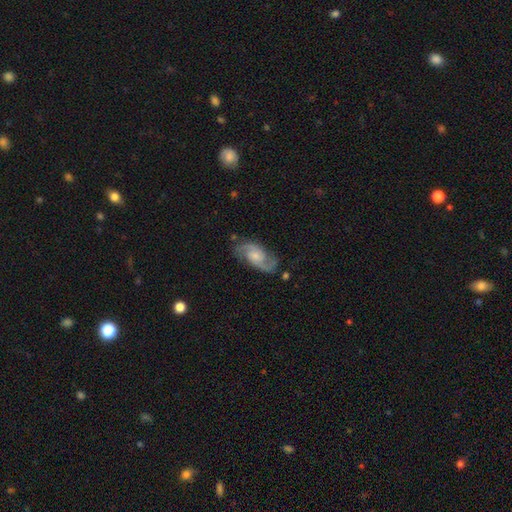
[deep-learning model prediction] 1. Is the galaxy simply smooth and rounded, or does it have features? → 86% featured or disk, 9% smooth, 5% star or artifact.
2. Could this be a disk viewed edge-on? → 97% no, 3% yes.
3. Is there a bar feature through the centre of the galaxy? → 61% no, 33% weak, 6% strong.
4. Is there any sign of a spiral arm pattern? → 97% yes, 3% no.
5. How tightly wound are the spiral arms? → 54% medium, 28% loose, 18% tight.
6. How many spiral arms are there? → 93% 2, 3% can't tell, 1% 1, 1% 3, 1% 4, 1% more than 4.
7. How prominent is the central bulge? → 49% small, 35% moderate, 10% none, 5% large, 1% dominant.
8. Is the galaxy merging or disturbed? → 79% none, 14% minor disturbance, 5% major disturbance, 2% merger.